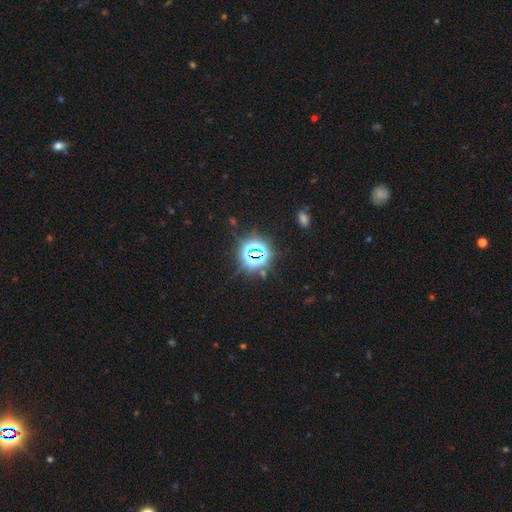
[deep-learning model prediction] Smooth or featured?
  - star or artifact: 79% *
  - smooth: 13%
  - featured or disk: 8%